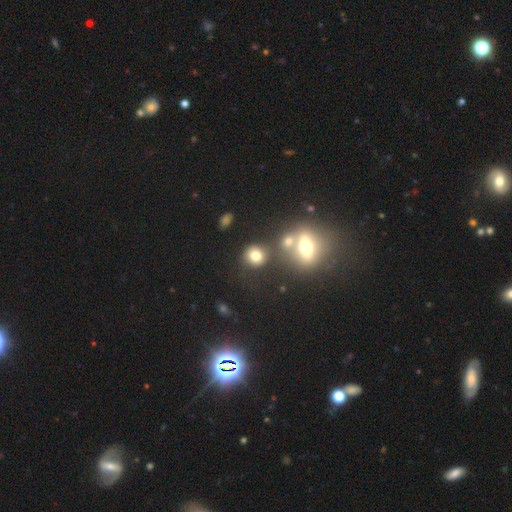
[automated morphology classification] smooth 74%, star or artifact 13%, featured or disk 13%. Down the decision tree: how rounded — round (81%); merging — none (65%).